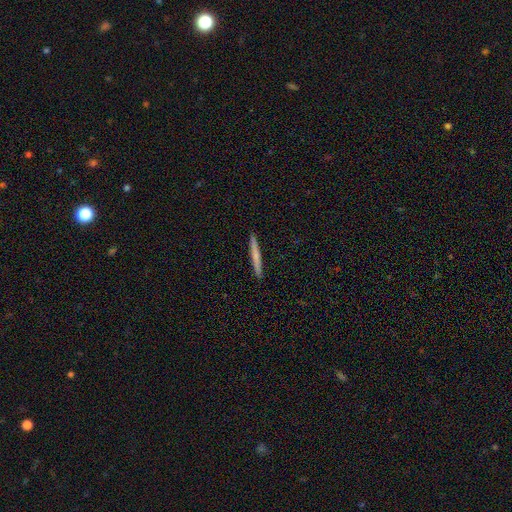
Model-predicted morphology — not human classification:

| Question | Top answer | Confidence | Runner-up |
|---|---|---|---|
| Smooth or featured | smooth | 61% | featured or disk (34%) |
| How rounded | cigar-shaped | 96% | in between (2%) |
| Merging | none | 93% | minor disturbance (5%) |